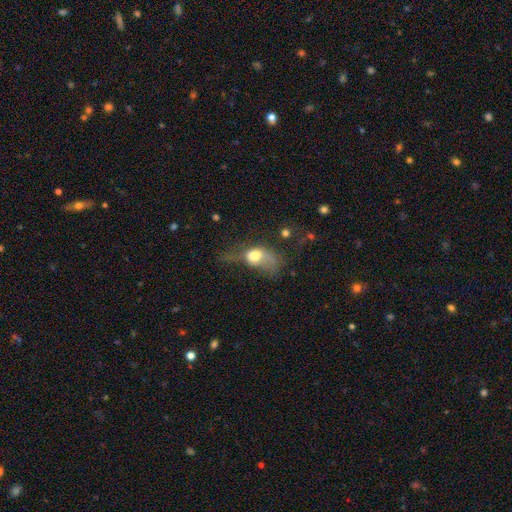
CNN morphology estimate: This appears to be a smooth galaxy with no disk features (60%) that is in between round and cigar-shaped (71%). Merging: major disturbance (54%).